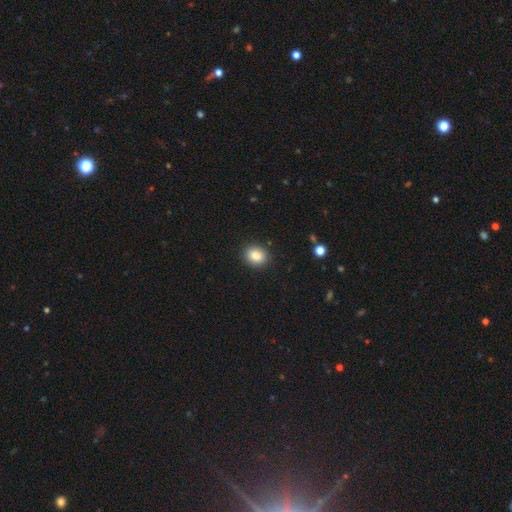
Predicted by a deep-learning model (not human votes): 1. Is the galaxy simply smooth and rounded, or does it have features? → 85% smooth, 9% star or artifact, 6% featured or disk.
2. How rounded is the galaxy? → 59% round, 40% in between, 1% cigar-shaped.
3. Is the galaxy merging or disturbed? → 90% none, 7% minor disturbance, 2% major disturbance, 1% merger.